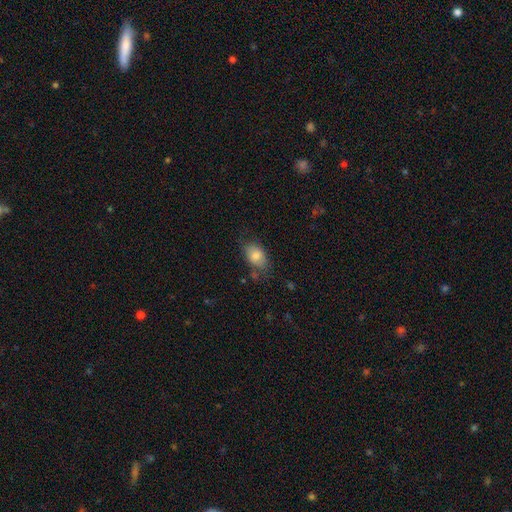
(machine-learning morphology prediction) A smooth galaxy with no disk features (81%) that is in between round and cigar-shaped (86%).

Vote fractions:
- Smooth or featured? smooth: 81% / featured or disk: 12% / star or artifact: 8%
- How rounded? in between: 86% / round: 13% / cigar-shaped: 2%
- Merging? none: 66% / minor disturbance: 24% / major disturbance: 7% / merger: 3%